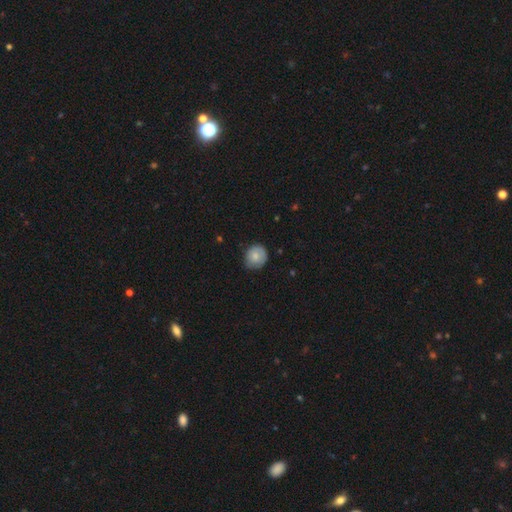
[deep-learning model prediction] smooth 73%, featured or disk 20%, star or artifact 7%. Down the decision tree: how rounded — round (82%); merging — none (71%).